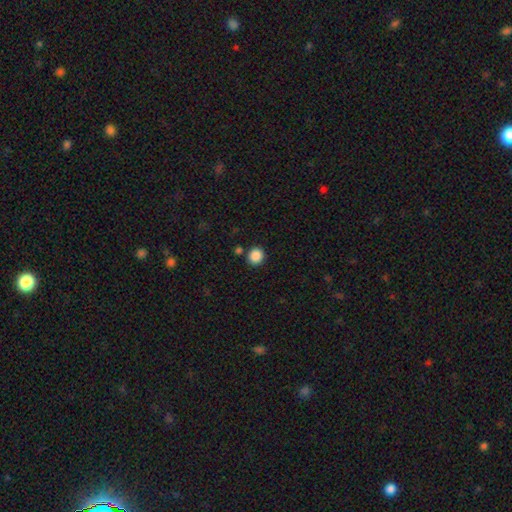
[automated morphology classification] Smooth or featured?
  - smooth: 88% *
  - star or artifact: 9%
  - featured or disk: 3%
How rounded?
  - round: 85% *
  - in between: 14%
  - cigar-shaped: 1%
Merging?
  - none: 86% *
  - minor disturbance: 7%
  - merger: 5%
  - major disturbance: 2%